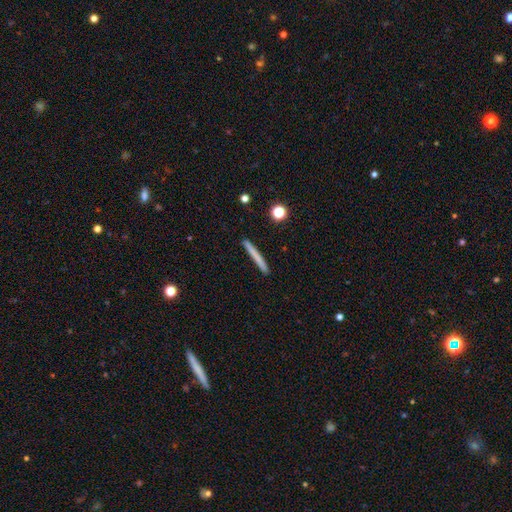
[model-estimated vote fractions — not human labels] Smooth or featured? Predicted: smooth (p=0.68). How rounded? Predicted: cigar-shaped (p=0.97). Merging? Predicted: none (p=0.91).